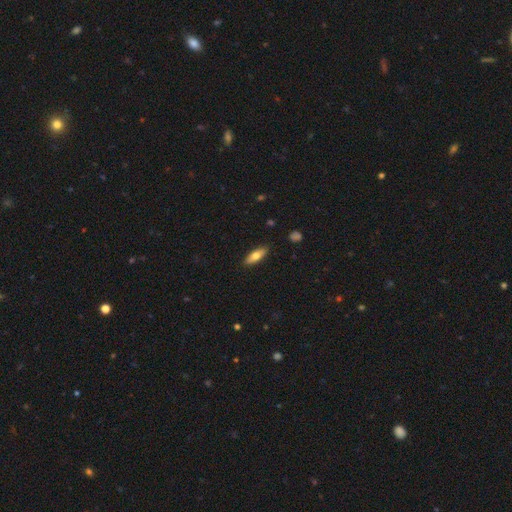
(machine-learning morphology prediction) Smooth or featured?
  - smooth: 69% *
  - featured or disk: 25%
  - star or artifact: 6%
How rounded?
  - in between: 60% *
  - cigar-shaped: 37%
  - round: 2%
Merging?
  - none: 89% *
  - minor disturbance: 8%
  - major disturbance: 2%
  - merger: 1%